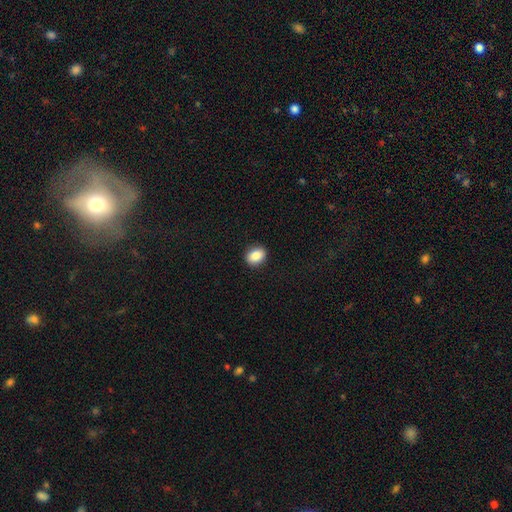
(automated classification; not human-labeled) Q: Smooth or featured?
A: smooth (87%); runner-up: star or artifact (8%)
Q: How rounded?
A: in between (58%); runner-up: round (41%)
Q: Merging?
A: none (89%); runner-up: minor disturbance (8%)